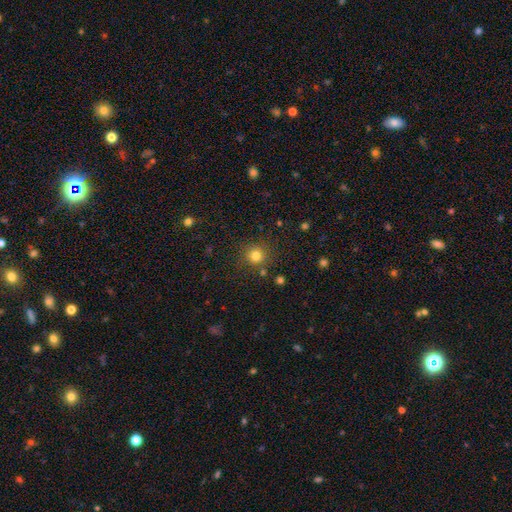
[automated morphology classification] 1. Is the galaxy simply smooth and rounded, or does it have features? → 80% smooth, 15% star or artifact, 6% featured or disk.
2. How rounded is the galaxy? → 92% round, 7% in between, 1% cigar-shaped.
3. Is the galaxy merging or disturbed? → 83% none, 9% minor disturbance, 5% merger, 4% major disturbance.